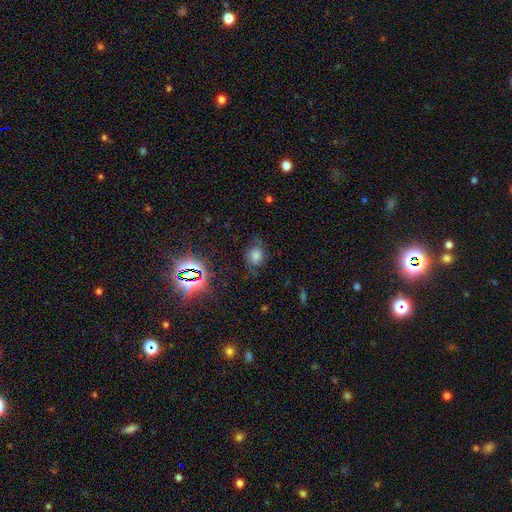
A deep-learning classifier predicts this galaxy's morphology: The model was most divided on "smooth or featured": smooth: 44%, star or artifact: 33%, featured or disk: 24%. More confident: merging — none (68%).